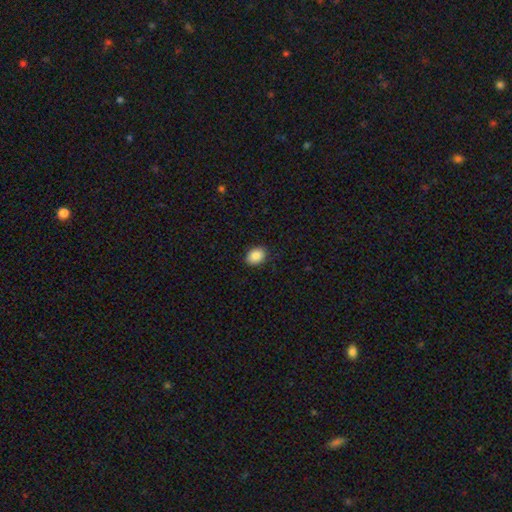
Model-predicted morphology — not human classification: smooth_or_featured: smooth (p=0.89) [alt: star or artifact p=0.08]
how_rounded: in between (p=0.69) [alt: round p=0.30]
merging: none (p=0.89) [alt: minor disturbance p=0.08]